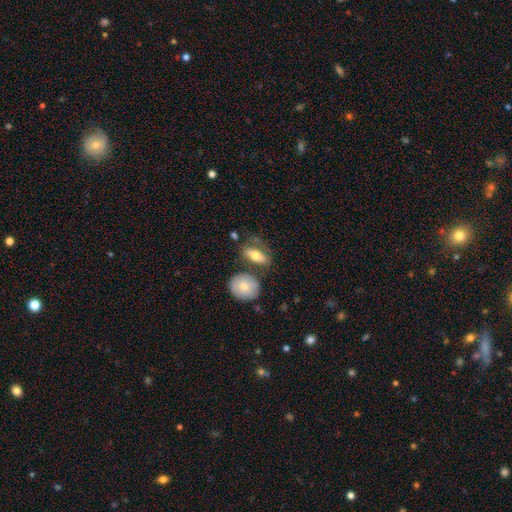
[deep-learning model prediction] The model was most divided on "smooth or featured": smooth: 67%, featured or disk: 27%, star or artifact: 6%. More confident: how rounded — in between (75%); merging — none (58%).